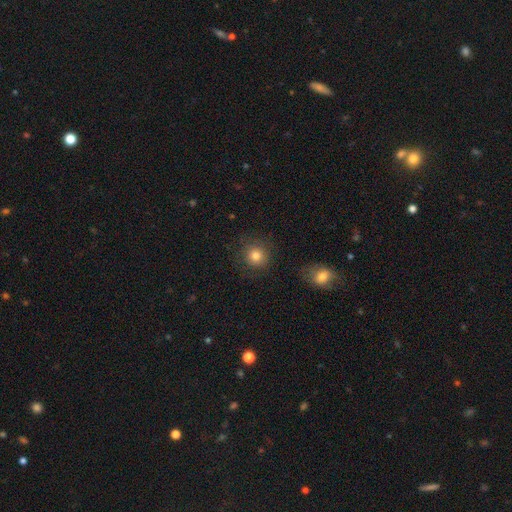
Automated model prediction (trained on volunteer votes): Overall: smooth (82%). How rounded: round (91%). Merging: none (85%).